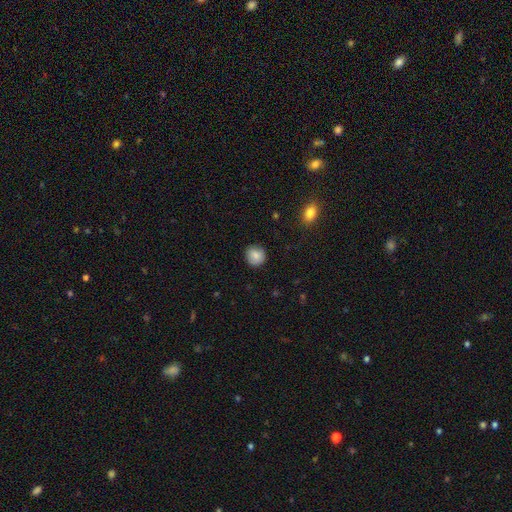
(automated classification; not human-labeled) A smooth galaxy with no disk features (84%) that is round (89%). Merging: none (86%).